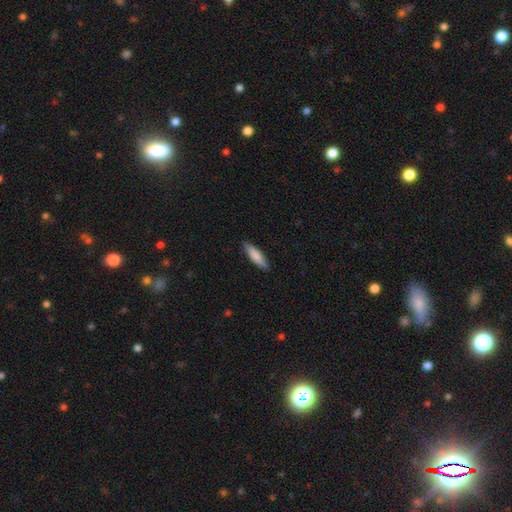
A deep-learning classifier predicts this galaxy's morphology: smooth_or_featured: smooth (p=0.78) [alt: featured or disk p=0.17]
how_rounded: cigar-shaped (p=0.69) [alt: in between p=0.29]
merging: none (p=0.87) [alt: minor disturbance p=0.10]